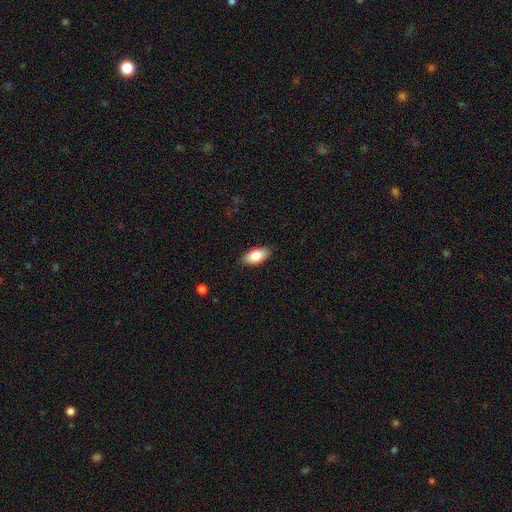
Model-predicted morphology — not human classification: smooth-or-featured: smooth: 84% | featured or disk: 10% | star or artifact: 7%
  how-rounded: in between: 92% | cigar-shaped: 6% | round: 3%
  merging: none: 88% | minor disturbance: 9% | major disturbance: 2% | merger: 1%